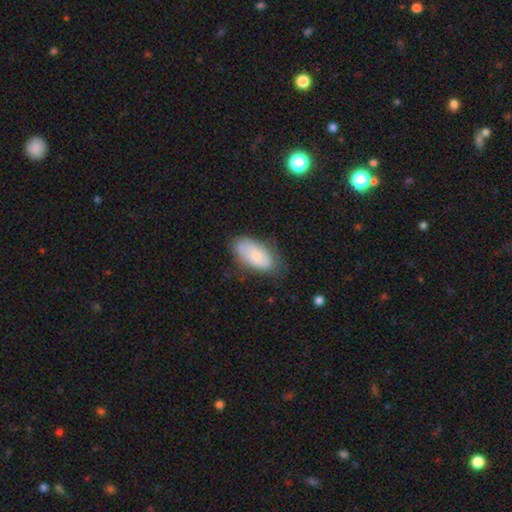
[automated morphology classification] Overall: smooth (71%). How rounded: in between (92%). Merging: none (67%).